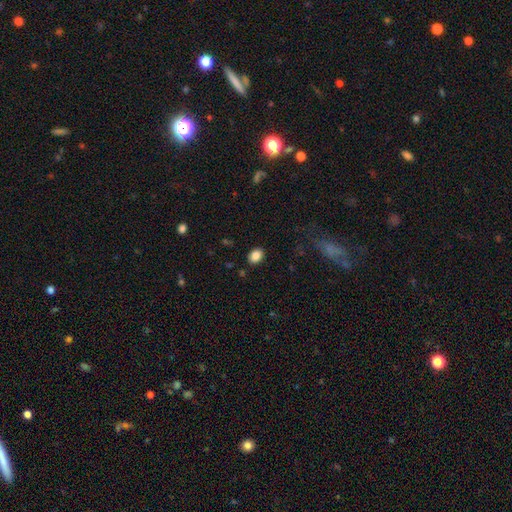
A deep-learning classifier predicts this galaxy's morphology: The model was most divided on "how rounded": in between: 64%, round: 35%, cigar-shaped: 1%. More confident: merging — none (87%); smooth or featured — smooth (86%).